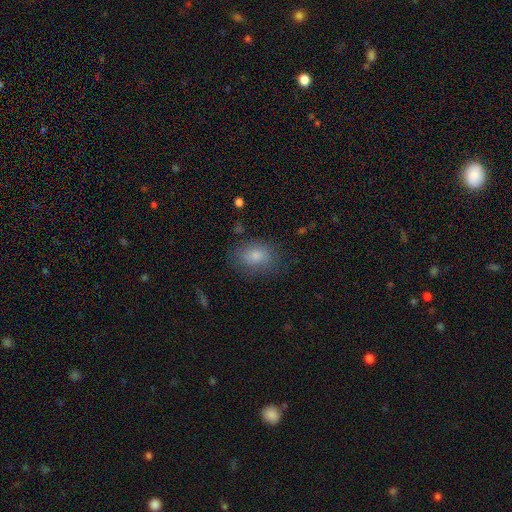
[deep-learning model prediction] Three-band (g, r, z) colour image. It shows a smooth galaxy with no disk features (77%) that is in between round and cigar-shaped (69%). Merging: none (78%).